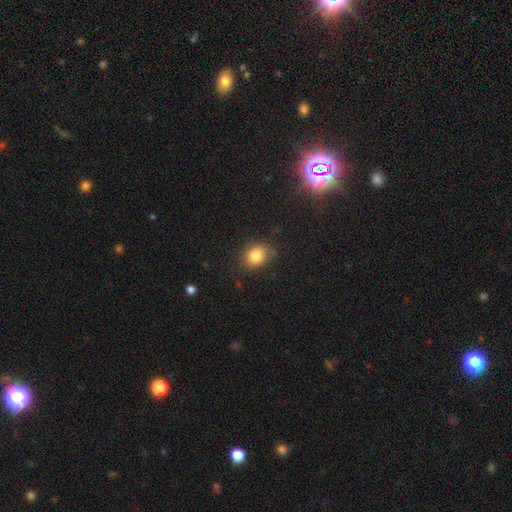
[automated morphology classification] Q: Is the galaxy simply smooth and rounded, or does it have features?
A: smooth — 83%.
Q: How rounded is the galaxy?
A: round — 58%.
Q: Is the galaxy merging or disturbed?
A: none — 77%.